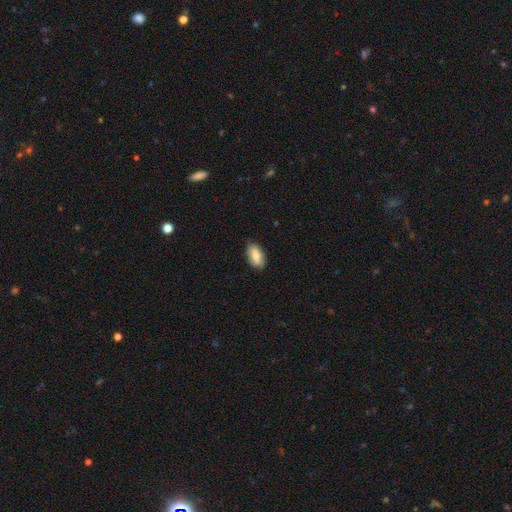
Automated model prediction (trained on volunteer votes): Morphology: type=smooth (81%); roundness=in between (91%); merging=none (84%).